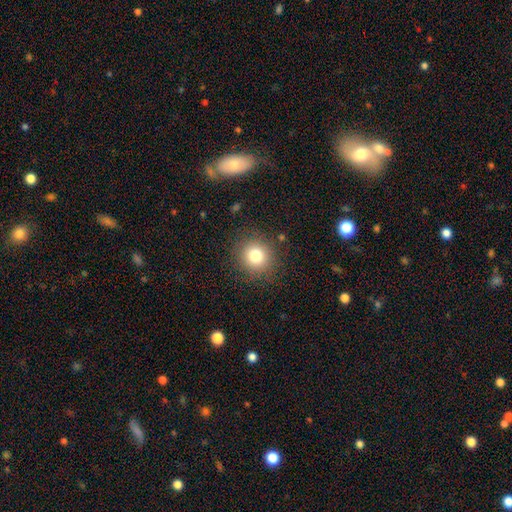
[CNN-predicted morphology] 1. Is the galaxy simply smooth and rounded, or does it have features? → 79% smooth, 13% star or artifact, 9% featured or disk.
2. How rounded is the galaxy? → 90% round, 9% in between, 1% cigar-shaped.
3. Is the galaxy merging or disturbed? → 87% none, 8% minor disturbance, 3% major disturbance, 1% merger.